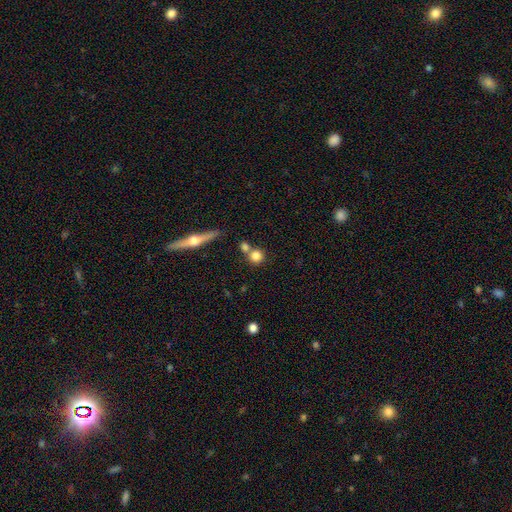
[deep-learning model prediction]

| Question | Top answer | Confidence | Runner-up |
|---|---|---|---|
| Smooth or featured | smooth | 79% | featured or disk (11%) |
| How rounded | round | 88% | in between (9%) |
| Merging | none | 57% | merger (30%) |